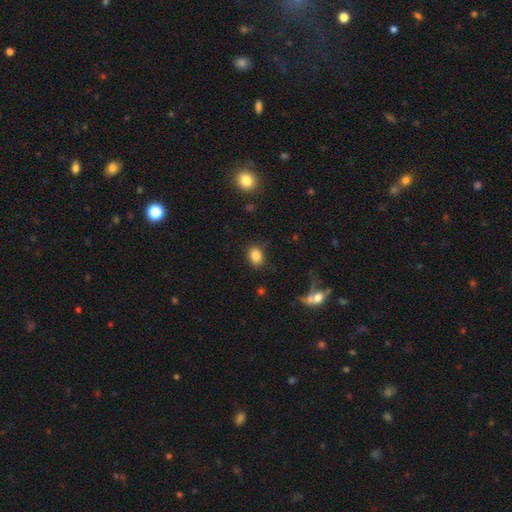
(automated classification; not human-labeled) Smooth or featured?
  - smooth: 84% *
  - star or artifact: 10%
  - featured or disk: 6%
How rounded?
  - in between: 64% *
  - round: 35%
  - cigar-shaped: 1%
Merging?
  - none: 80% *
  - minor disturbance: 14%
  - major disturbance: 4%
  - merger: 2%